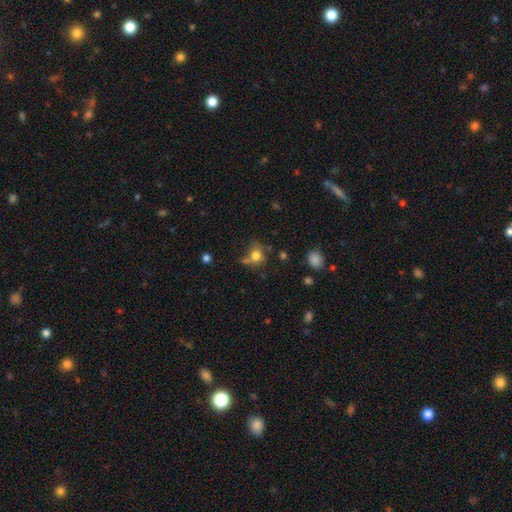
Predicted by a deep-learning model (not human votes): Smooth or featured? smooth (76%)
How rounded? round (72%)
Merging? none (51%)